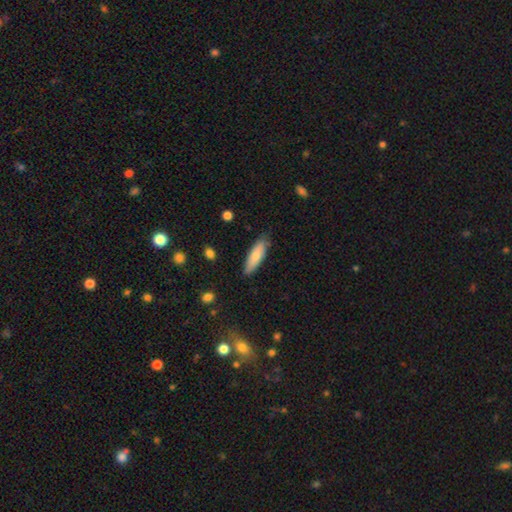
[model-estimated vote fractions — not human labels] Morphology: type=smooth (75%); roundness=cigar-shaped (52%); merging=none (80%).